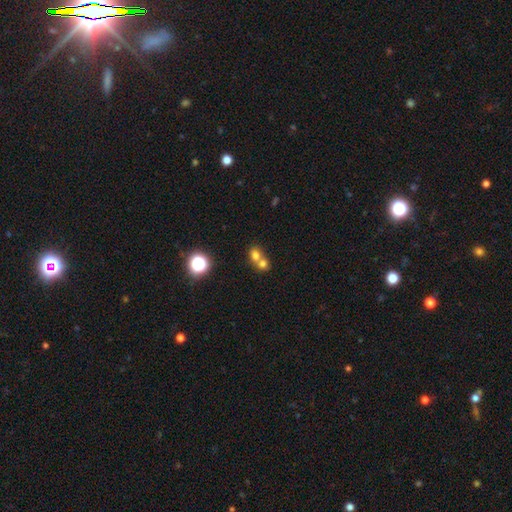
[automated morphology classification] The model was most divided on "merging": merger: 63%, none: 30%, minor disturbance: 5%, major disturbance: 2%. More confident: smooth or featured — smooth (72%); how rounded — round (67%).